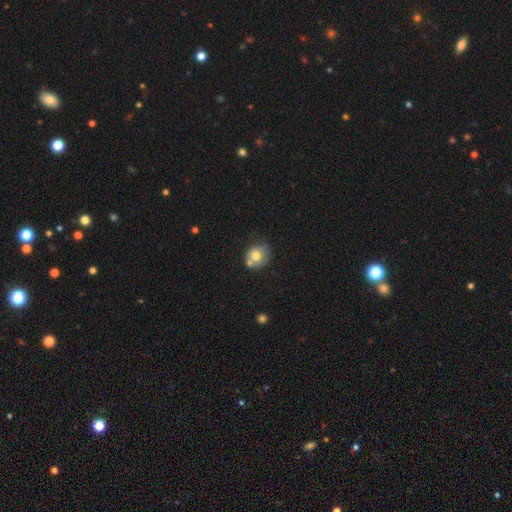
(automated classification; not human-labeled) A smooth galaxy with no disk features (68%) that is round (73%). Merging: none (49%).